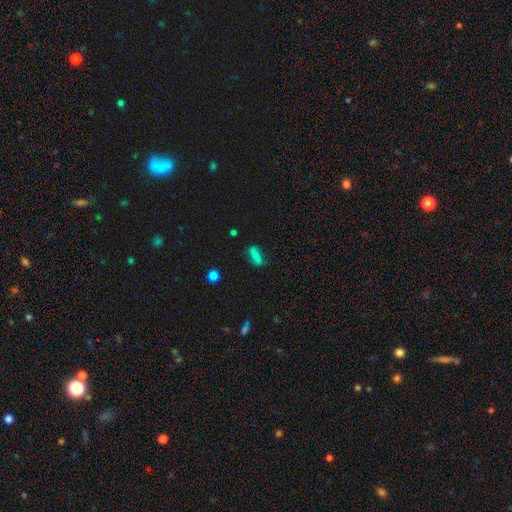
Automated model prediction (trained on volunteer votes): smooth_or_featured: smooth (p=0.73) [alt: featured or disk p=0.17]
how_rounded: in between (p=0.51) [alt: cigar-shaped p=0.44]
merging: none (p=0.76) [alt: minor disturbance p=0.17]